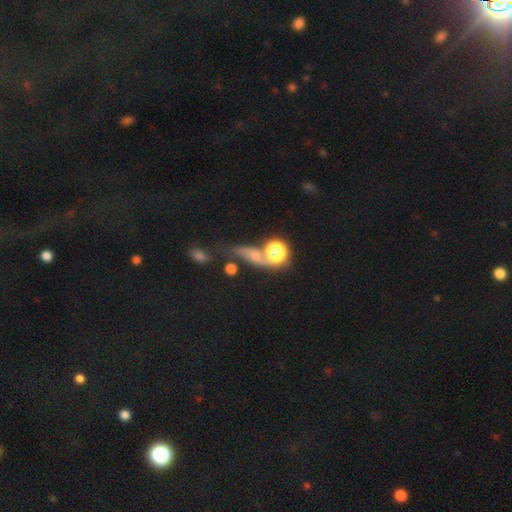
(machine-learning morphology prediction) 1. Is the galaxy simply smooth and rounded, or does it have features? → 48% smooth, 27% featured or disk, 25% star or artifact.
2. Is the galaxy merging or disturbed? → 41% none, 24% merger, 18% major disturbance, 17% minor disturbance.